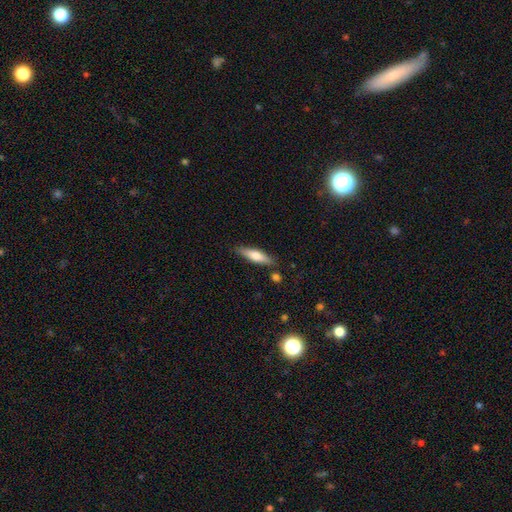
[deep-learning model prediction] The model was most divided on "smooth or featured": smooth: 62%, featured or disk: 32%, star or artifact: 6%. More confident: merging — none (82%); how rounded — cigar-shaped (69%).